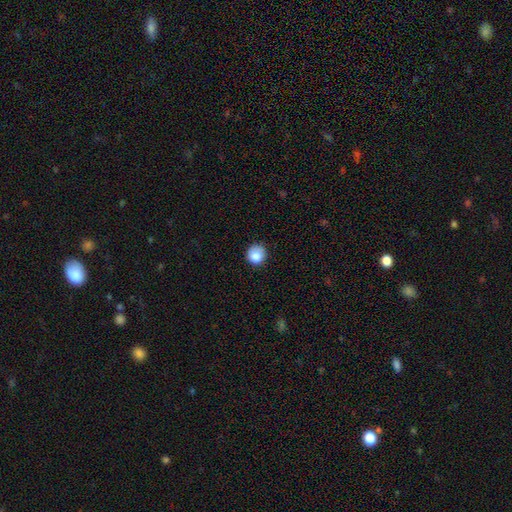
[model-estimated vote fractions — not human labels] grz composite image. It shows a smooth galaxy with no disk features (86%) that is round (90%). Merging: none (77%).